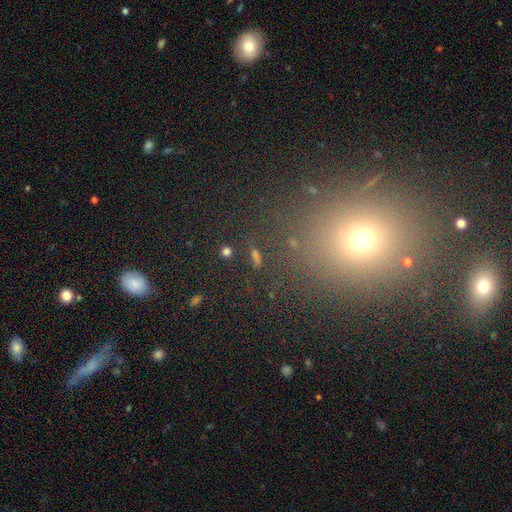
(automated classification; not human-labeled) A smooth galaxy with no disk features (55%) that is in between round and cigar-shaped (65%). Merging: none (77%).